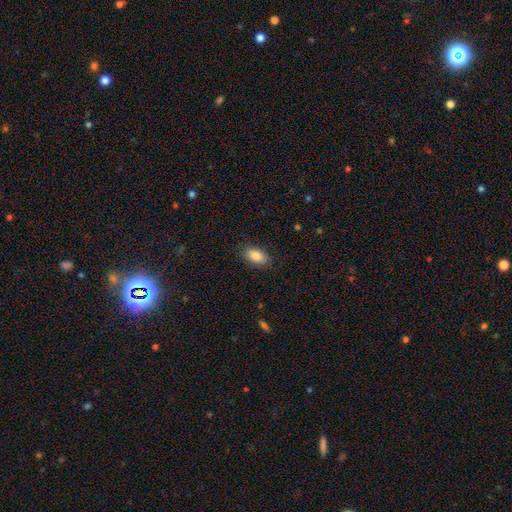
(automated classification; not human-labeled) Smooth or featured: smooth — 87% (star or artifact — 7%)
How rounded: in between — 92% (round — 5%)
Merging: none — 86% (minor disturbance — 10%)